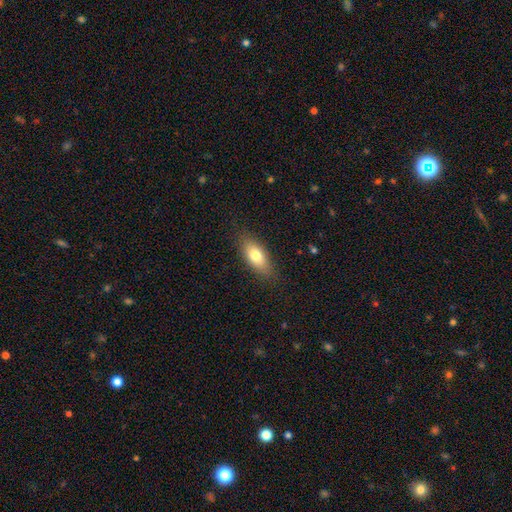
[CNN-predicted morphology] The model was most divided on "smooth or featured": smooth: 76%, featured or disk: 17%, star or artifact: 7%. More confident: merging — none (83%); how rounded — in between (81%).